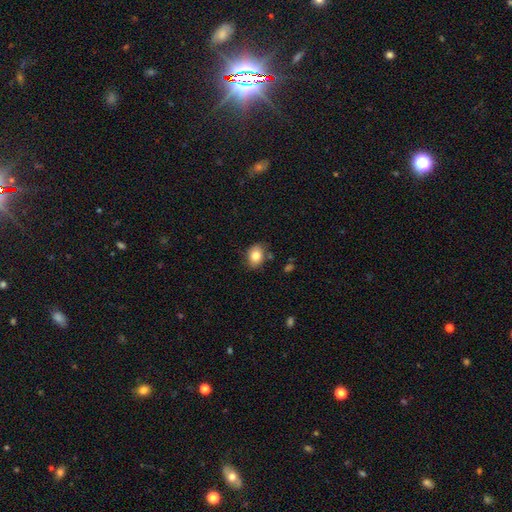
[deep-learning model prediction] Smooth or featured? smooth (83%)
How rounded? in between (65%)
Merging? none (79%)